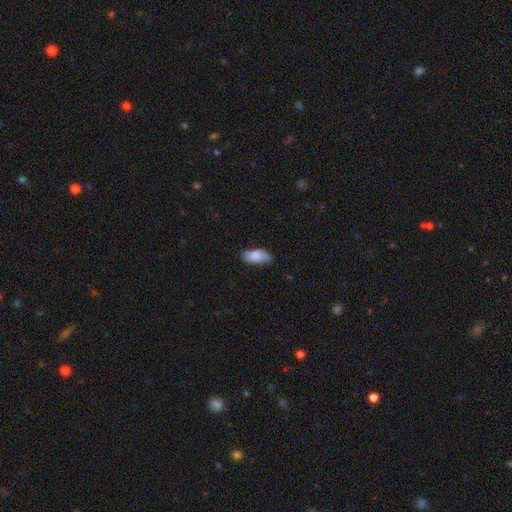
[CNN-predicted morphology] This appears to be a smooth galaxy with no disk features (80%) that is in between round and cigar-shaped (88%). Merging: none (75%).